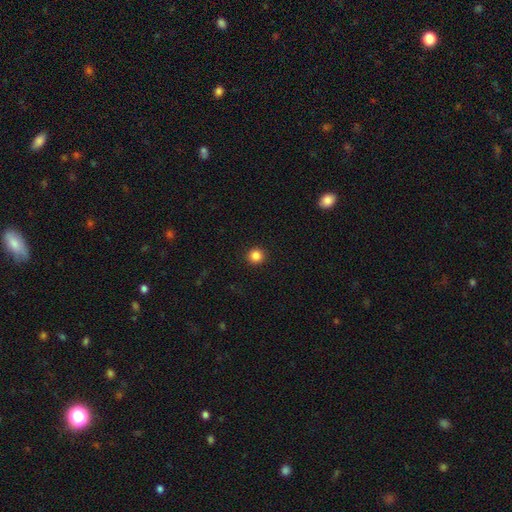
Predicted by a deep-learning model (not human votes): The model was most divided on "smooth or featured": smooth: 86%, star or artifact: 11%, featured or disk: 3%. More confident: how rounded — round (95%); merging — none (93%).